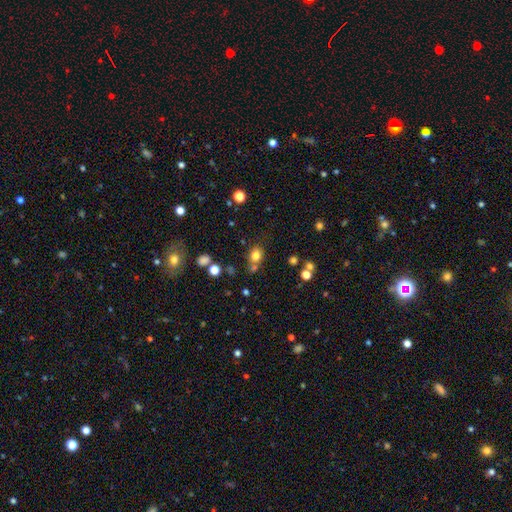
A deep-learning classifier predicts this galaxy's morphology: Smooth or featured? Predicted: smooth (p=0.79). How rounded? Predicted: round (p=0.60). Merging? Predicted: none (p=0.63).